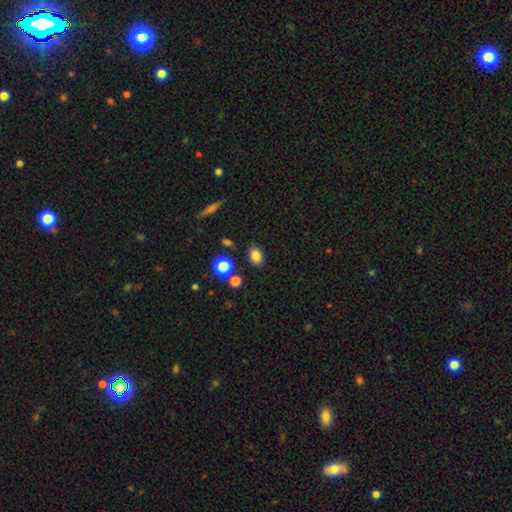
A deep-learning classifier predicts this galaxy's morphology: Smooth or featured? Predicted: smooth (p=0.82). How rounded? Predicted: in between (p=0.77). Merging? Predicted: none (p=0.82).